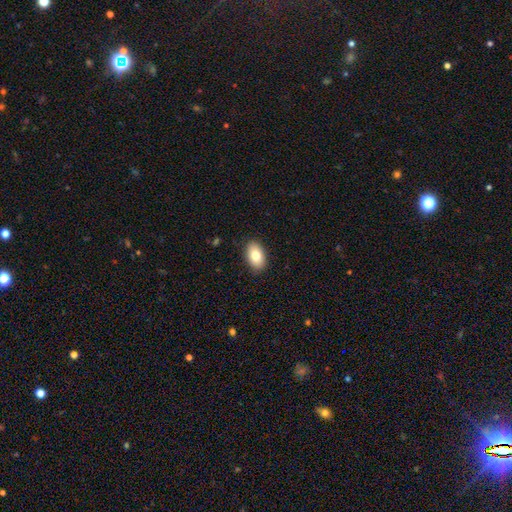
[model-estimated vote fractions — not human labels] smooth 80%, featured or disk 13%, star or artifact 7%. Down the decision tree: how rounded — in between (91%); merging — none (89%).